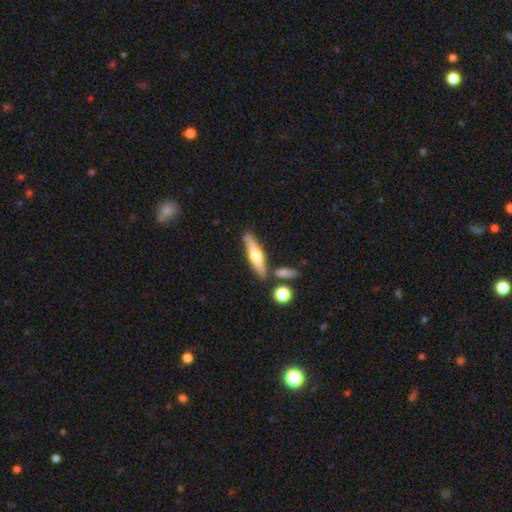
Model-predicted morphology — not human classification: smooth-or-featured: featured or disk: 55% | smooth: 39% | star or artifact: 6%
  disk-edge-on: yes: 91% | no: 9%
    edge-on-bulge: rounded: 93% | boxy: 4% | none: 3%
  merging: none: 76% | minor disturbance: 12% | merger: 10% | major disturbance: 3%